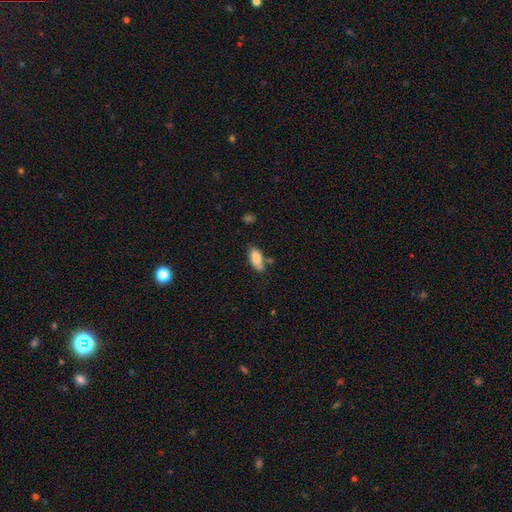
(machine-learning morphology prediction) Q: Smooth or featured?
A: smooth (83%); runner-up: featured or disk (10%)
Q: How rounded?
A: in between (86%); runner-up: cigar-shaped (12%)
Q: Merging?
A: none (67%); runner-up: minor disturbance (21%)